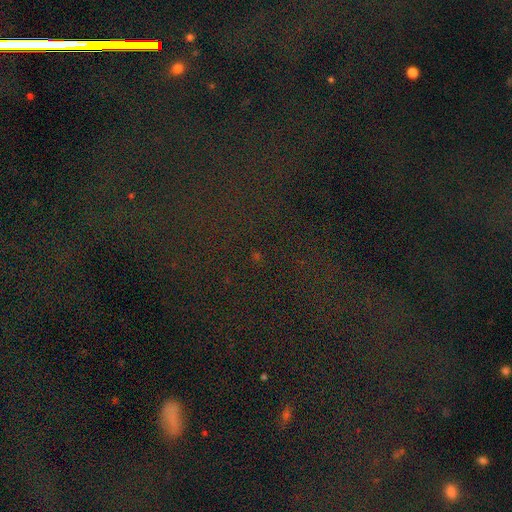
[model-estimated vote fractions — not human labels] This is clearly a star or artifact rather than a galaxy (80%).